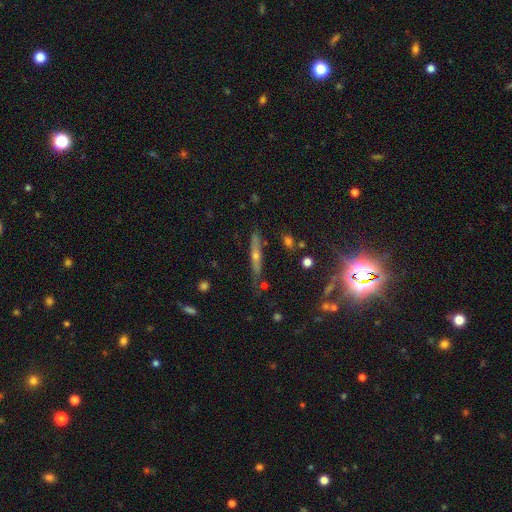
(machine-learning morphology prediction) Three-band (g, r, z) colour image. It shows a featured or disk galaxy (57%) viewed edge-on (92%) with a rounded central bulge (82%). Merging: none (81%).